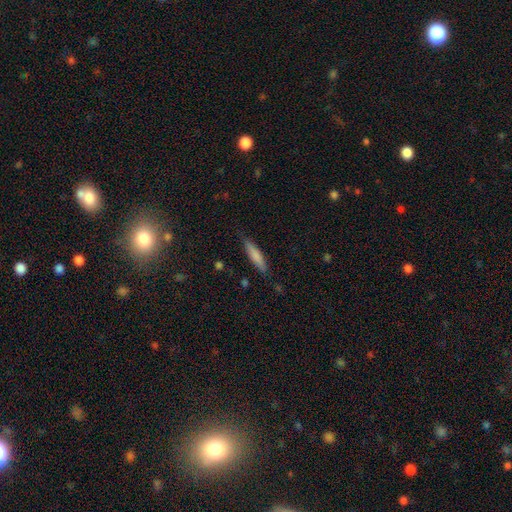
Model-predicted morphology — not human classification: Smooth or featured?
  - smooth: 78% *
  - featured or disk: 16%
  - star or artifact: 6%
How rounded?
  - cigar-shaped: 81% *
  - in between: 18%
  - round: 1%
Merging?
  - none: 83% *
  - minor disturbance: 13%
  - major disturbance: 2%
  - merger: 1%